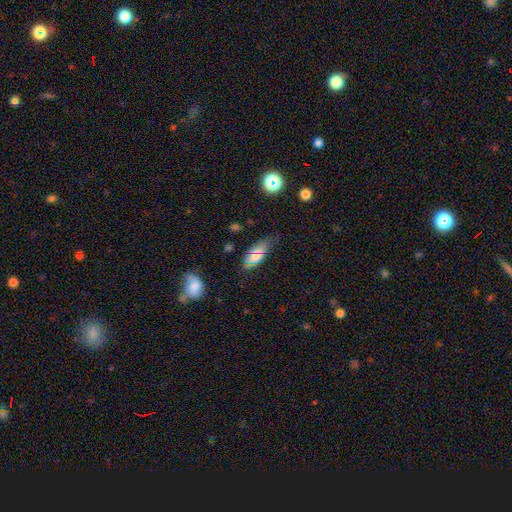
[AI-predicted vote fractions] A smooth galaxy with no disk features (67%) that is in between round and cigar-shaped (78%).

Vote fractions:
- Smooth or featured? smooth: 67% / featured or disk: 21% / star or artifact: 12%
- How rounded? in between: 78% / cigar-shaped: 19% / round: 3%
- Merging? none: 65% / minor disturbance: 26% / major disturbance: 7% / merger: 3%